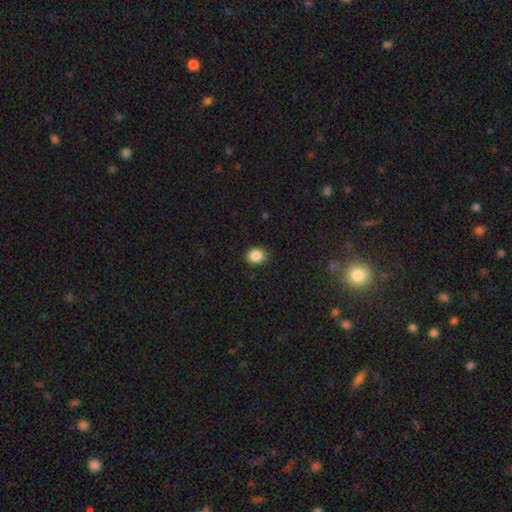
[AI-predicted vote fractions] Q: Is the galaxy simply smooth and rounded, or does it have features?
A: smooth — 86%.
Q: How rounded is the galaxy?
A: round — 62%.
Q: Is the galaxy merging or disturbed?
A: none — 89%.